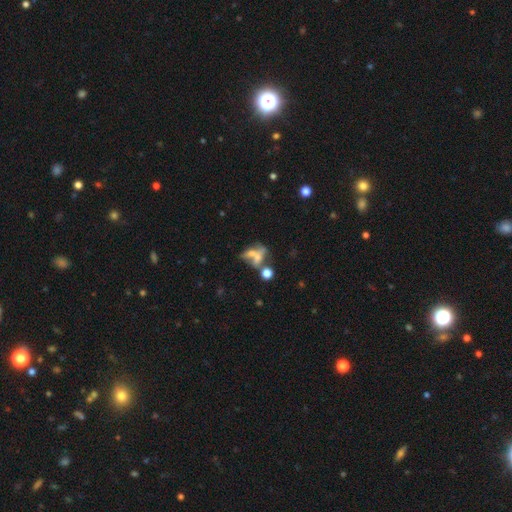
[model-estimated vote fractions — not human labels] This is marginally a smooth galaxy (45%). Merging: possibly merger (49%).